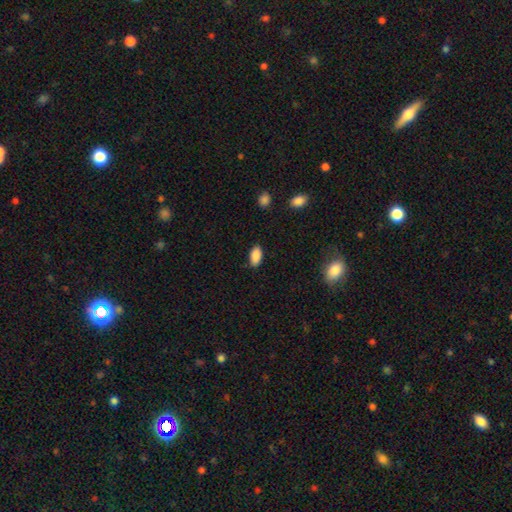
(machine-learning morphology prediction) smooth-or-featured: smooth: 89% | star or artifact: 7% | featured or disk: 3%
  how-rounded: in between: 93% | cigar-shaped: 4% | round: 3%
  merging: none: 85% | minor disturbance: 12% | major disturbance: 2% | merger: 1%